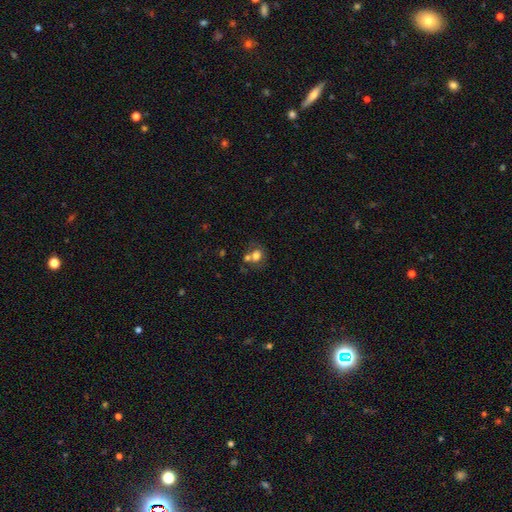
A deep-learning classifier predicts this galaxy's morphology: A smooth galaxy with no disk features (72%) that is round (61%). Merging: none (43%).